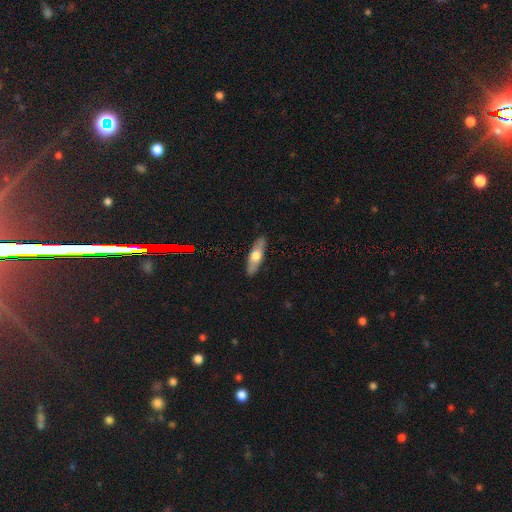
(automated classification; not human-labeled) smooth 51%, featured or disk 43%, star or artifact 6%. Down the decision tree: how rounded — cigar-shaped (55%); merging — none (88%).